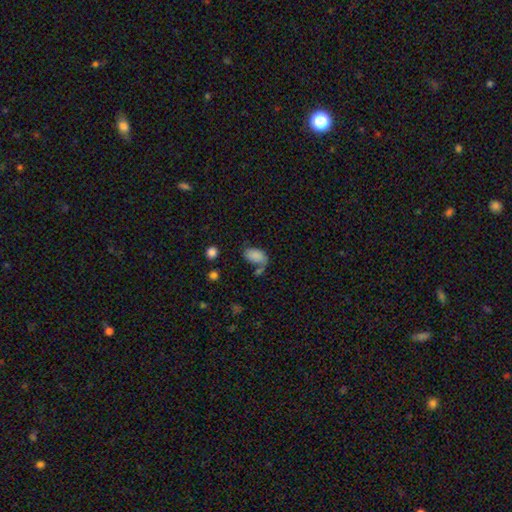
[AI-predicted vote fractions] Smooth or featured?
  - smooth: 78% *
  - featured or disk: 13%
  - star or artifact: 9%
How rounded?
  - in between: 92% *
  - round: 7%
  - cigar-shaped: 2%
Merging?
  - none: 40% *
  - minor disturbance: 21%
  - merger: 20%
  - major disturbance: 19%